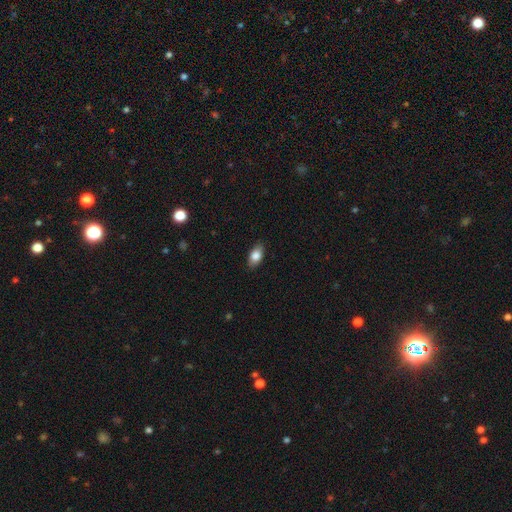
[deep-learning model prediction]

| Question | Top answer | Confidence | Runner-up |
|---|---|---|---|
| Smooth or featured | smooth | 83% | featured or disk (10%) |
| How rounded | in between | 89% | round (7%) |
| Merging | none | 87% | minor disturbance (10%) |